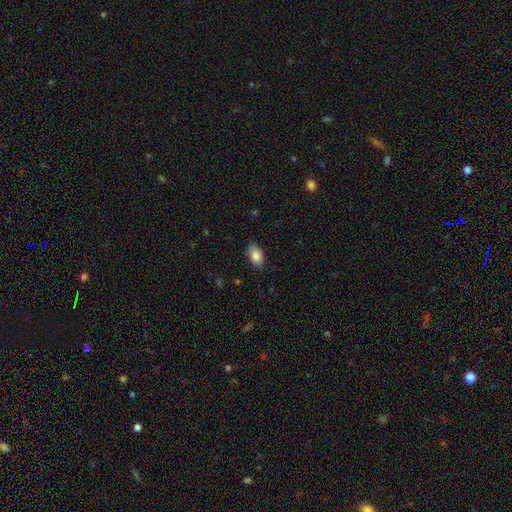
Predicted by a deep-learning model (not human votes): The model was most divided on "merging": none: 81%, minor disturbance: 15%, major disturbance: 3%, merger: 1%. More confident: how rounded — in between (91%); smooth or featured — smooth (86%).